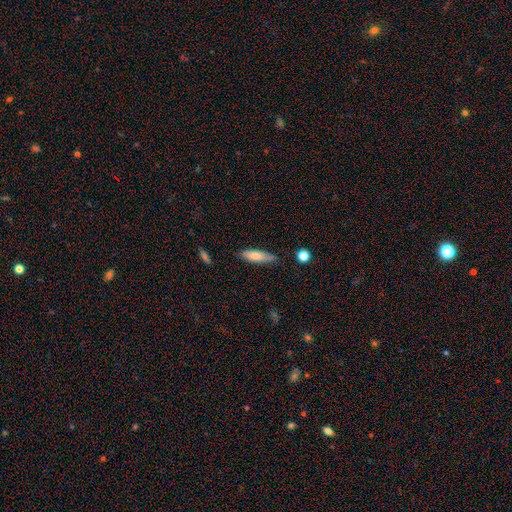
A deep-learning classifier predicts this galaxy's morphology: A smooth galaxy with no disk features (74%) that is cigar-shaped (57%). Merging: none (72%).